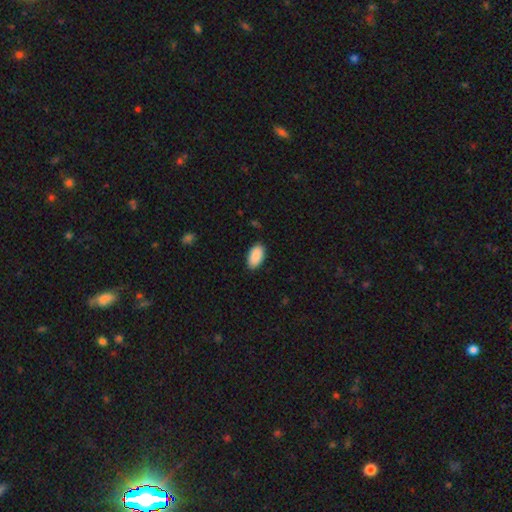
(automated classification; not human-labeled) A smooth galaxy with no disk features (90%) that is in between round and cigar-shaped (95%). Merging: none (86%).